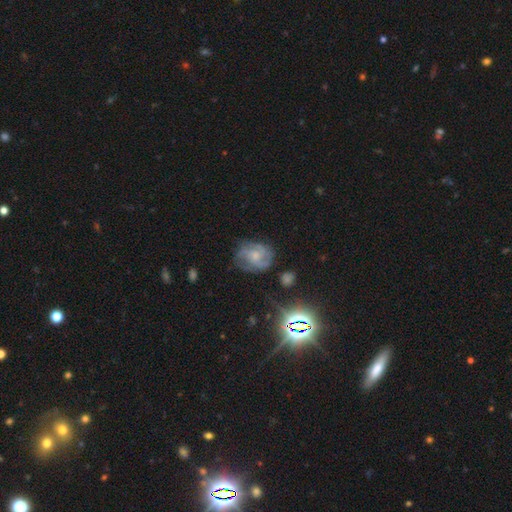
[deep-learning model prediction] Smooth or featured? featured or disk (66%)
Edge-on disk? no (98%)
Bar? no (69%)
Spiral arms? yes (87%)
Spiral winding? medium (46%)
Spiral arm count? 3 (33%)
Bulge size? small (50%)
Merging? none (64%)